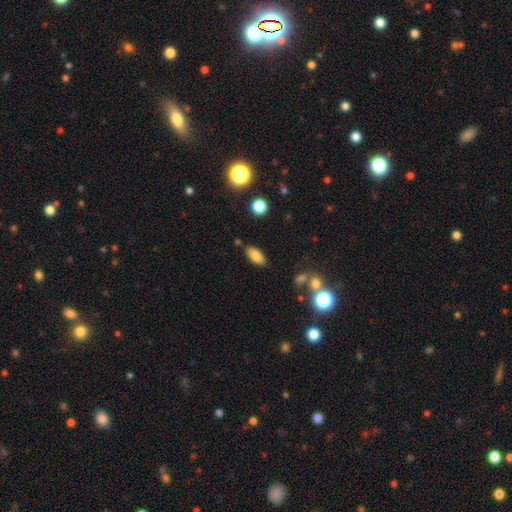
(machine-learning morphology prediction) This appears to be a smooth galaxy with no disk features (81%) that is in between round and cigar-shaped (89%). Merging: none (82%).